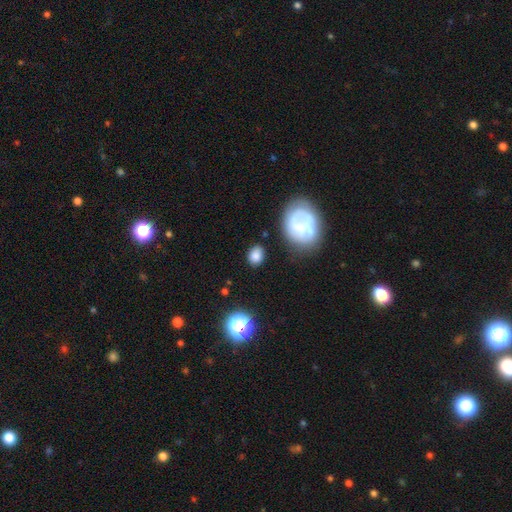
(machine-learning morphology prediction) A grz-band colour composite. It shows a smooth galaxy with no disk features (81%) that is in between round and cigar-shaped (57%). Merging: none (79%).